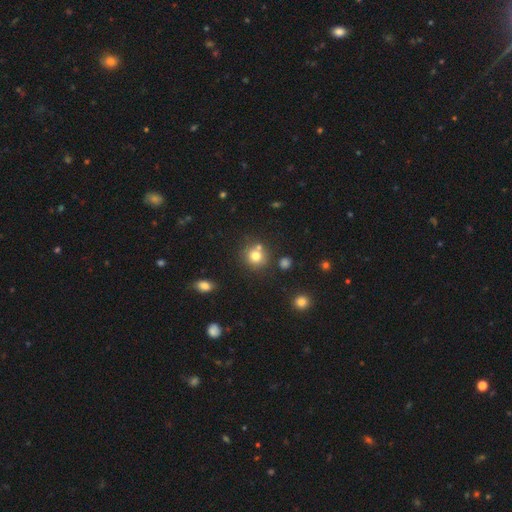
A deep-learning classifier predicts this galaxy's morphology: Smooth or featured? Predicted: smooth (p=0.76). How rounded? Predicted: round (p=0.87). Merging? Predicted: none (p=0.67).